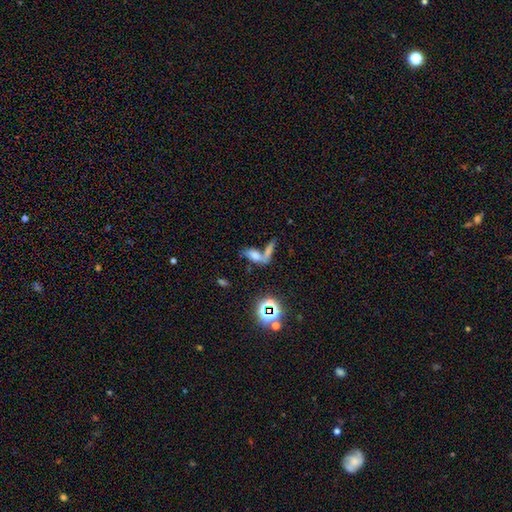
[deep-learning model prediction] Smooth or featured? Predicted: smooth (p=0.58). How rounded? Predicted: in between (p=0.65). Merging? Predicted: merger (p=0.60).